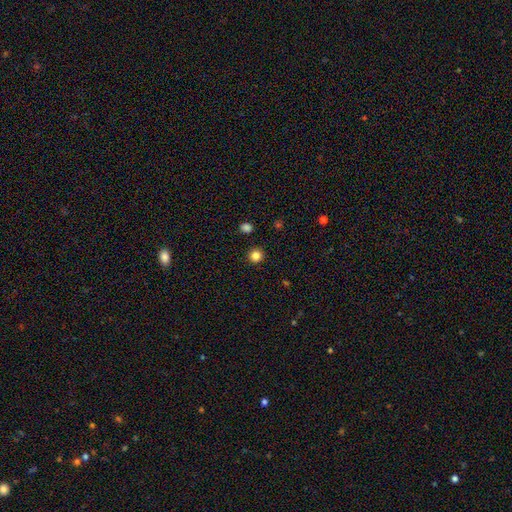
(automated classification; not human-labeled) Smooth or featured?
  - smooth: 84% *
  - star or artifact: 12%
  - featured or disk: 4%
How rounded?
  - round: 94% *
  - in between: 5%
  - cigar-shaped: 1%
Merging?
  - none: 92% *
  - minor disturbance: 5%
  - major disturbance: 2%
  - merger: 1%